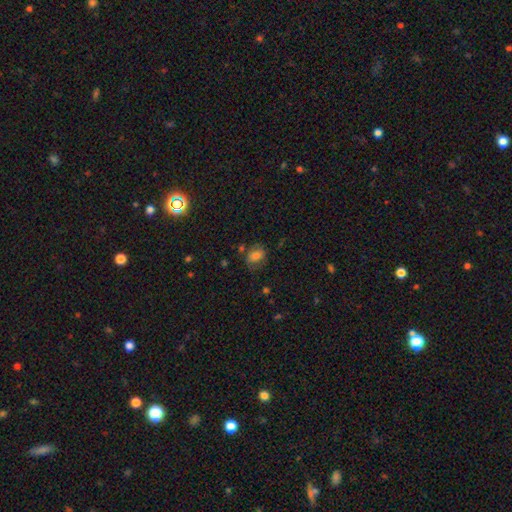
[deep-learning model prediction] Smooth or featured: smooth — 72% (featured or disk — 17%)
How rounded: in between — 66% (round — 32%)
Merging: none — 68% (minor disturbance — 20%)